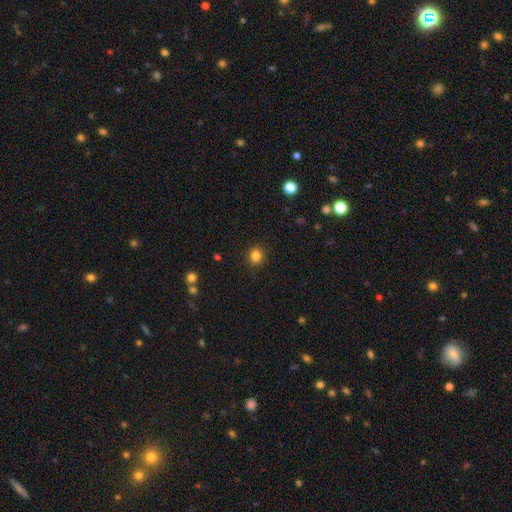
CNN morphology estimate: The model was most divided on "smooth or featured": smooth: 84%, star or artifact: 12%, featured or disk: 4%. More confident: merging — none (90%); how rounded — round (88%).